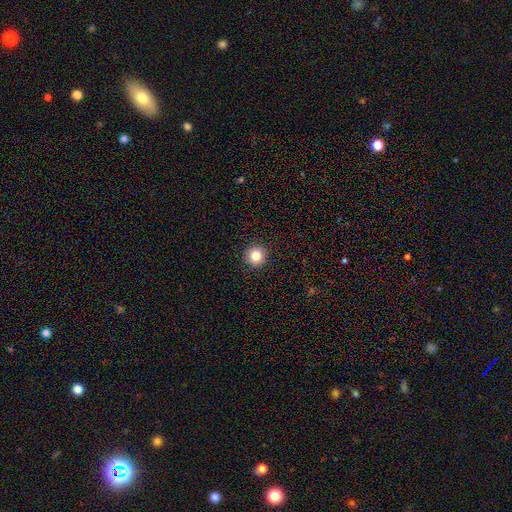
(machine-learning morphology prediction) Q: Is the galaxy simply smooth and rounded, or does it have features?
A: smooth — 83%.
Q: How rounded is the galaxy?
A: round — 95%.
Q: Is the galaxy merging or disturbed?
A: none — 93%.